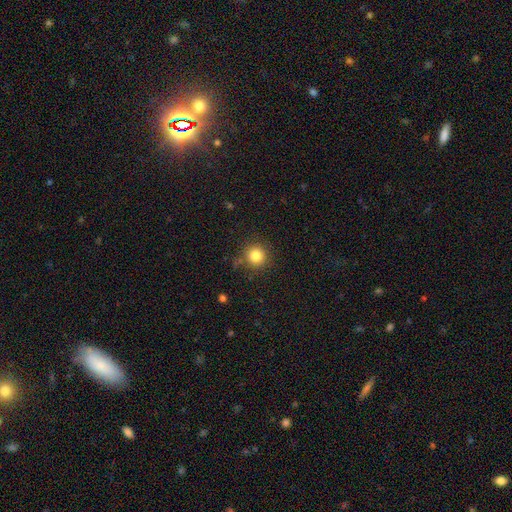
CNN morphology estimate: This is clearly a smooth galaxy (83%). How rounded: clearly round (94%). Merging: clearly none (83%).